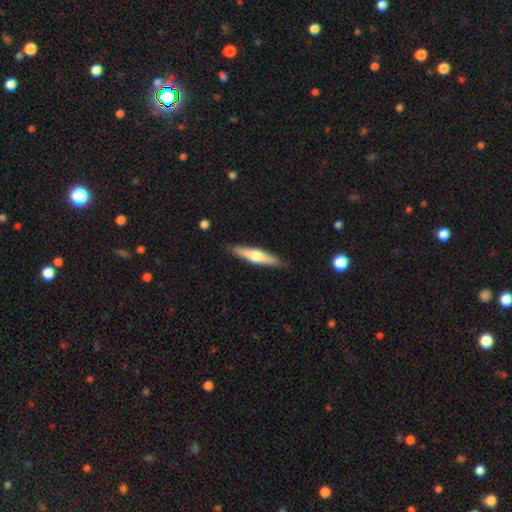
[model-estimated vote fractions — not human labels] The model was most divided on "smooth or featured": featured or disk: 54%, smooth: 41%, star or artifact: 5%. More confident: edge-on disk — yes (95%); edge-on bulge — rounded (92%); merging — none (88%).